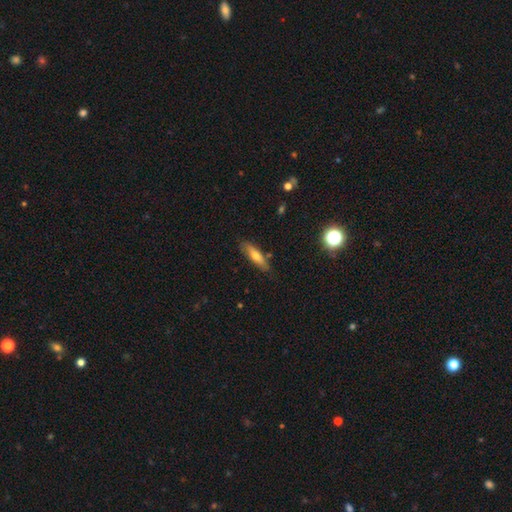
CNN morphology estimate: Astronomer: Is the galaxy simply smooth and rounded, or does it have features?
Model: smooth — 60%.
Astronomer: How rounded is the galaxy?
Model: cigar-shaped — 68%.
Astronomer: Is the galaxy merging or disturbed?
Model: none — 79%.